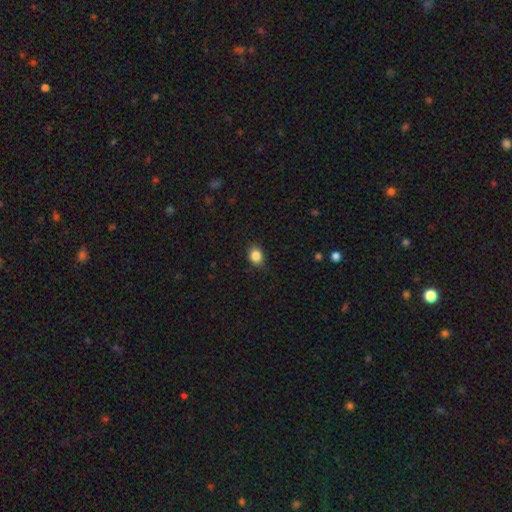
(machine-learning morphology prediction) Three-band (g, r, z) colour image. It shows a smooth galaxy with no disk features (86%) that is in between round and cigar-shaped (56%). Merging: none (85%).